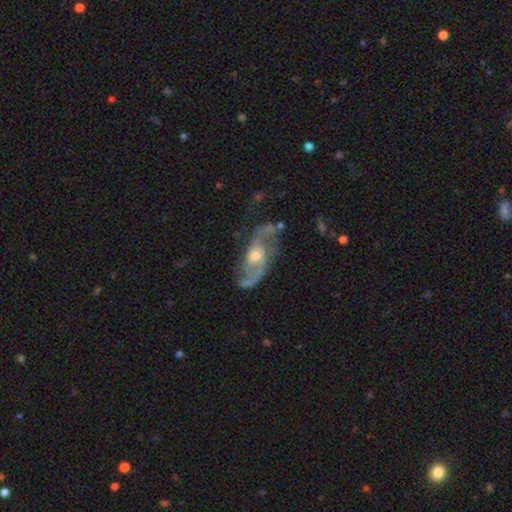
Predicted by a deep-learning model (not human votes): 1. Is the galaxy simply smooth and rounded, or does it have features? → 85% featured or disk, 10% smooth, 6% star or artifact.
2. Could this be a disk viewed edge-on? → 93% no, 7% yes.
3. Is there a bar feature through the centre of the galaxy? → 57% no, 34% weak, 9% strong.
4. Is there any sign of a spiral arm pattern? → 93% yes, 7% no.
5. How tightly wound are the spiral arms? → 45% medium, 37% loose, 18% tight.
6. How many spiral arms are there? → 82% 2, 8% can't tell, 3% 1, 3% 3, 1% 4, 1% more than 4.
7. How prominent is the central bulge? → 59% moderate, 34% small, 4% large, 2% none, 1% dominant.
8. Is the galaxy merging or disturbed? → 64% none, 20% minor disturbance, 12% major disturbance, 3% merger.